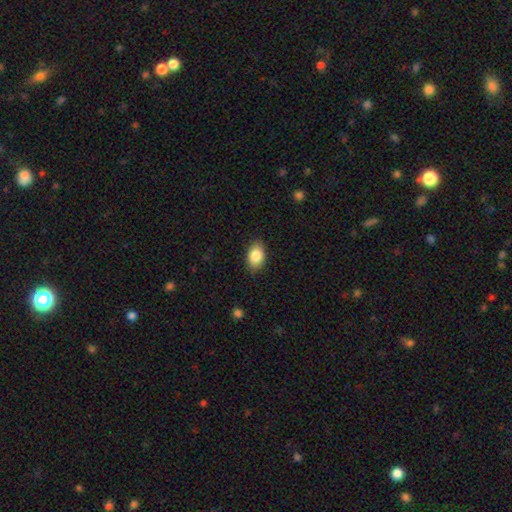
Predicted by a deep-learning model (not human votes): smooth_or_featured: smooth (p=0.85) [alt: star or artifact p=0.07]
how_rounded: in between (p=0.87) [alt: round p=0.12]
merging: none (p=0.86) [alt: minor disturbance p=0.11]